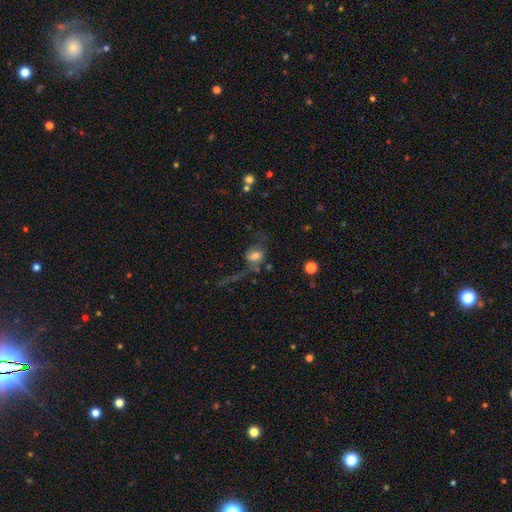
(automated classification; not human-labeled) A smooth galaxy with no disk features (62%) that is in between round and cigar-shaped (55%).

Vote fractions:
- Smooth or featured? smooth: 62% / featured or disk: 27% / star or artifact: 11%
- How rounded? in between: 55% / round: 42% / cigar-shaped: 2%
- Merging? none: 38% / major disturbance: 34% / minor disturbance: 18% / merger: 10%